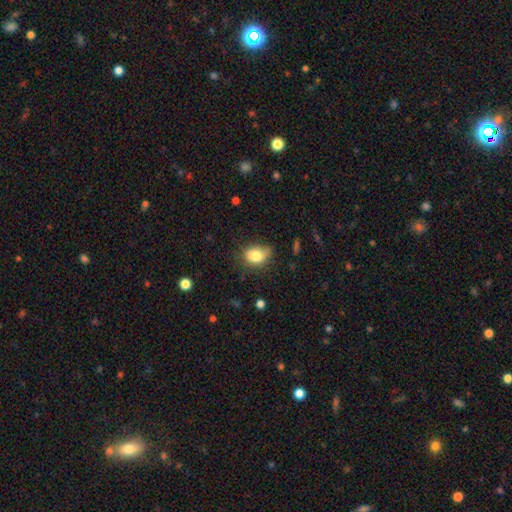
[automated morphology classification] Smooth or featured? smooth (82%)
How rounded? in between (66%)
Merging? none (62%)